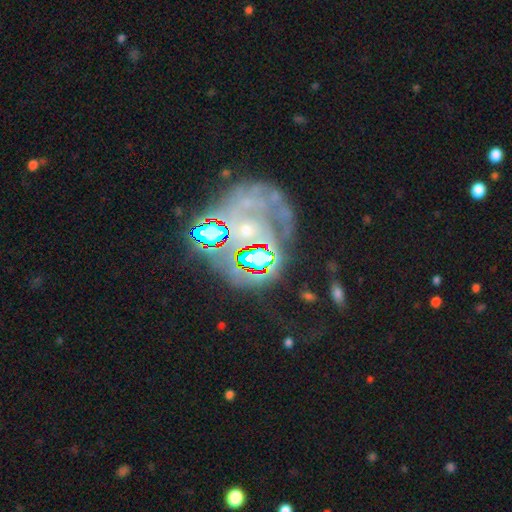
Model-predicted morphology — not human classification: A featured or disk galaxy (57%) with no bar (75%), spiral arms (74%) and a small central bulge (62%). Merging: none (48%).